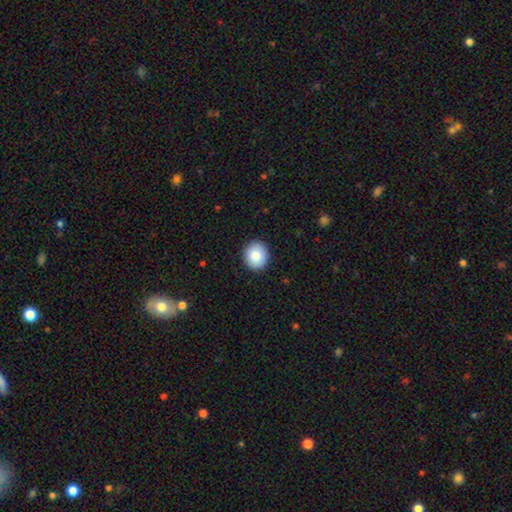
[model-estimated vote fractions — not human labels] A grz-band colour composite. It shows a smooth galaxy with no disk features (82%) that is round (79%). Merging: none (91%).